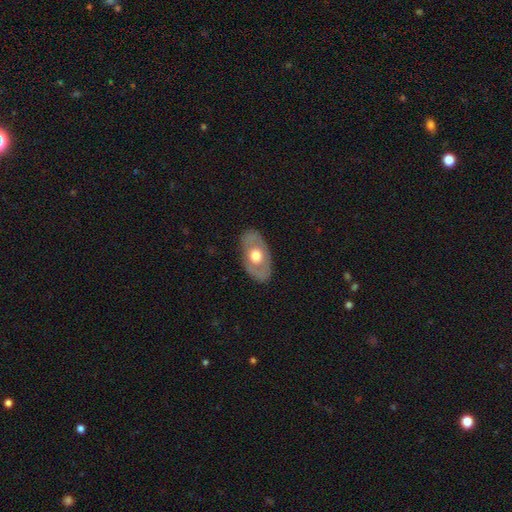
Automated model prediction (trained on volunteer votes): smooth_or_featured: featured or disk (p=0.49) [alt: smooth p=0.46]
merging: none (p=0.83) [alt: minor disturbance p=0.12]